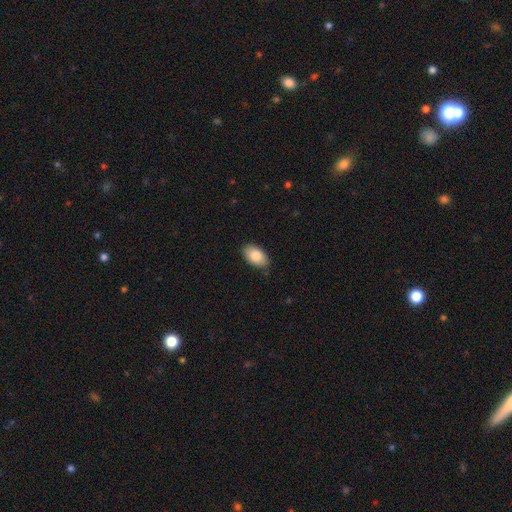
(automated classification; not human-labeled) Overall: smooth (83%). How rounded: in between (94%). Merging: none (83%).